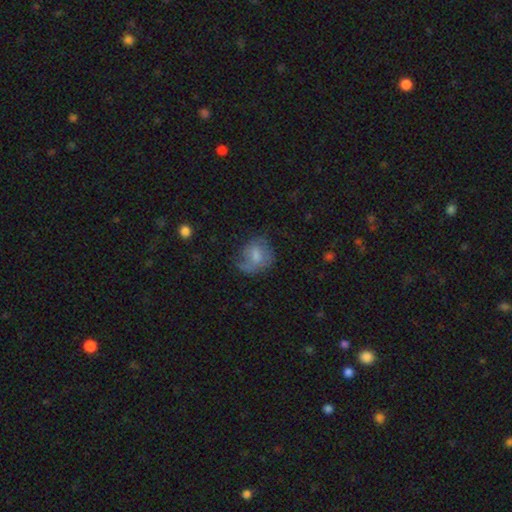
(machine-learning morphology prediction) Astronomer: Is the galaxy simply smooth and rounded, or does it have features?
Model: smooth — 57% (runner-up: featured or disk, 34%).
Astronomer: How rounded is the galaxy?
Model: round — 53% (runner-up: in between, 45%).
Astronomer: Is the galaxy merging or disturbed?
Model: none — 45% (runner-up: minor disturbance, 29%).